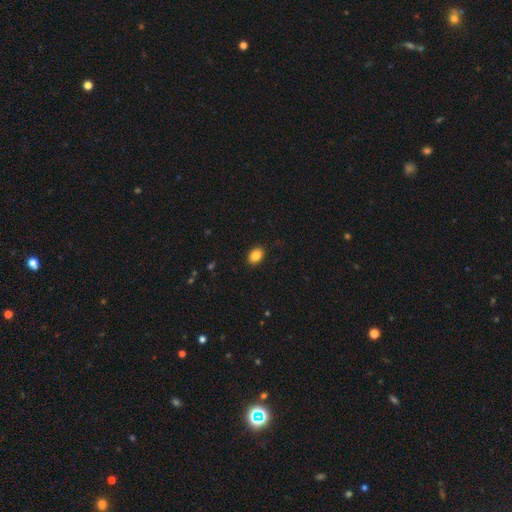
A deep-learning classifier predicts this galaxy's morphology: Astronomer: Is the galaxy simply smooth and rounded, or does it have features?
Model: smooth — 86%.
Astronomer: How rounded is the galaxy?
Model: in between — 77%.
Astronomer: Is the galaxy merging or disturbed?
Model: none — 90%.